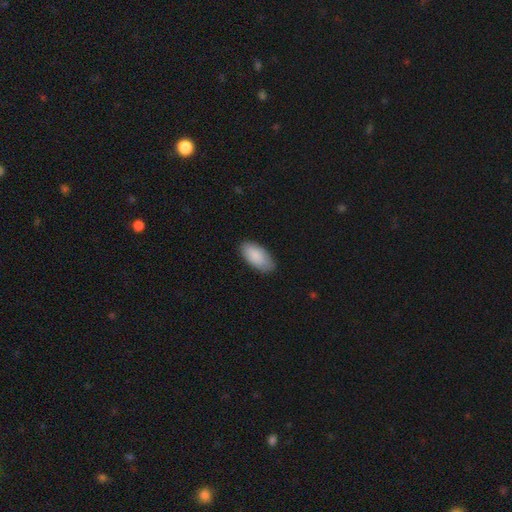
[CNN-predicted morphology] smooth 88%, featured or disk 6%, star or artifact 5%. Down the decision tree: how rounded — in between (94%); merging — none (83%).